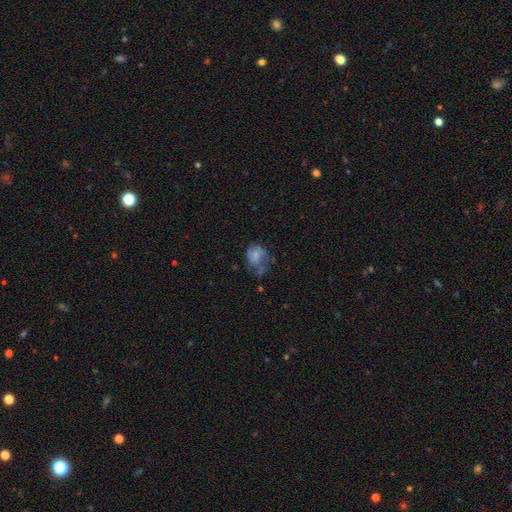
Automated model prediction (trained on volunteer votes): smooth 51%, featured or disk 40%, star or artifact 10%. Down the decision tree: how rounded — in between (52%); merging — none (34%).